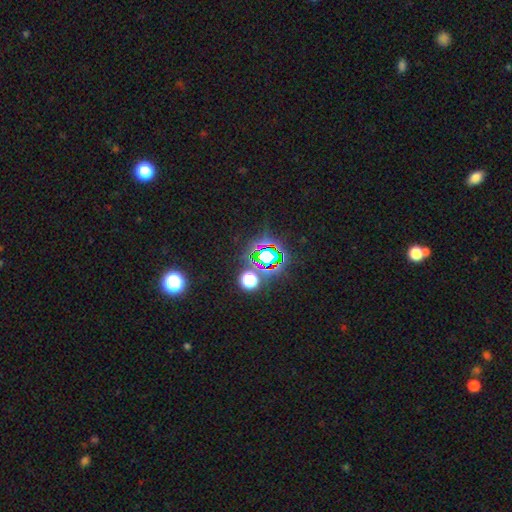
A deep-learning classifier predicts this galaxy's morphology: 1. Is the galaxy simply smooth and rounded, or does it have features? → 72% star or artifact, 19% smooth, 9% featured or disk.